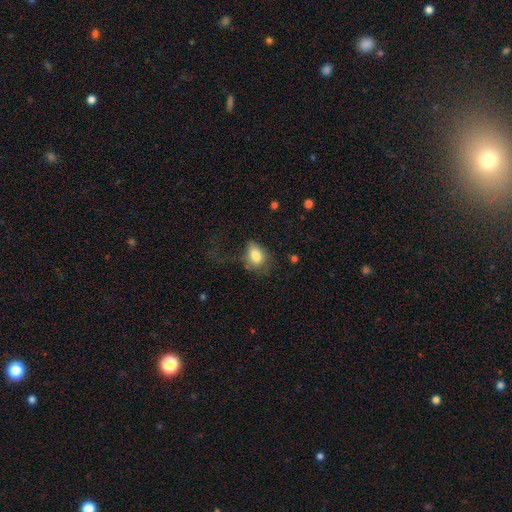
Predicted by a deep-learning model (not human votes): smooth_or_featured: smooth (p=0.78) [alt: featured or disk p=0.13]
how_rounded: in between (p=0.78) [alt: round p=0.20]
merging: none (p=0.36) [tied with: major disturbance p=0.36]